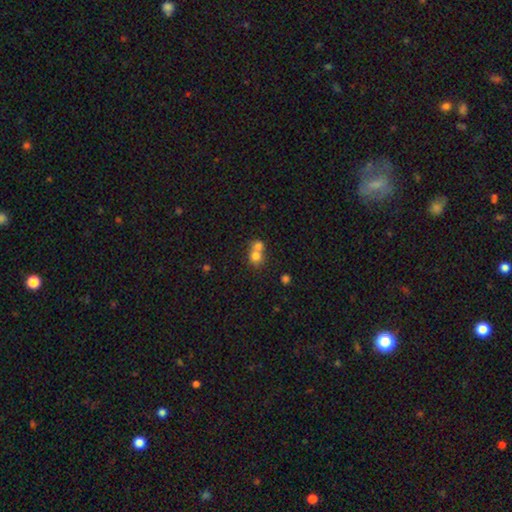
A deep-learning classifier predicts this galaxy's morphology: Smooth or featured: smooth — 74% (featured or disk — 15%)
How rounded: round — 75% (in between — 24%)
Merging: merger — 63% (none — 29%)